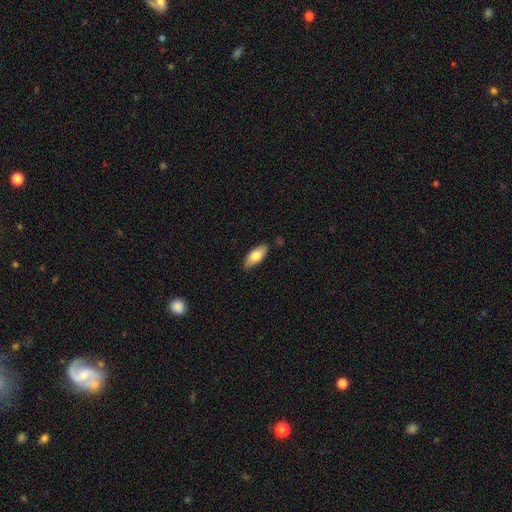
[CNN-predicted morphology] Smooth or featured: smooth — 77% (featured or disk — 17%)
How rounded: in between — 85% (cigar-shaped — 13%)
Merging: none — 82% (minor disturbance — 14%)